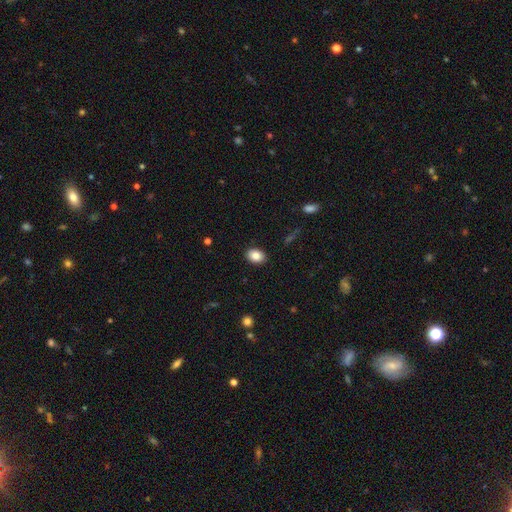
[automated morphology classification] Smooth or featured?
  - smooth: 85% *
  - star or artifact: 8%
  - featured or disk: 7%
How rounded?
  - in between: 77% *
  - round: 22%
  - cigar-shaped: 1%
Merging?
  - none: 89% *
  - minor disturbance: 8%
  - major disturbance: 2%
  - merger: 1%